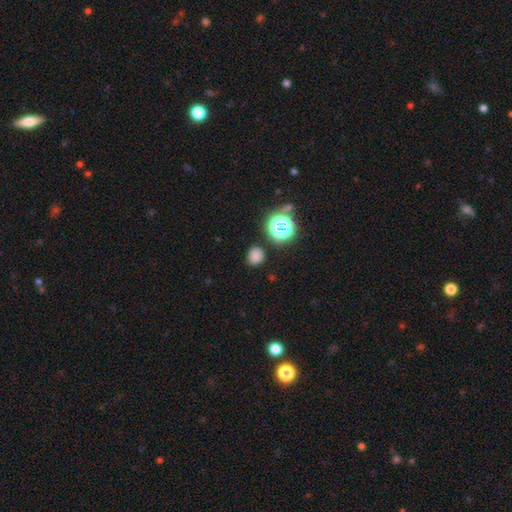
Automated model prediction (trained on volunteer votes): Overall: smooth (73%). How rounded: round (84%). Merging: none (84%).